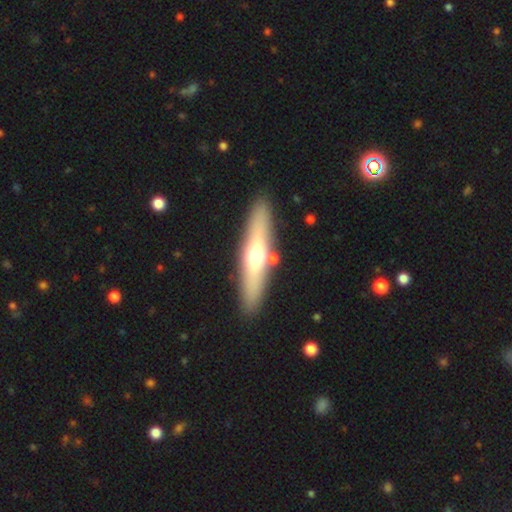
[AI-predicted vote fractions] Smooth or featured? featured or disk (47%, tied with smooth)
Merging? none (86%)